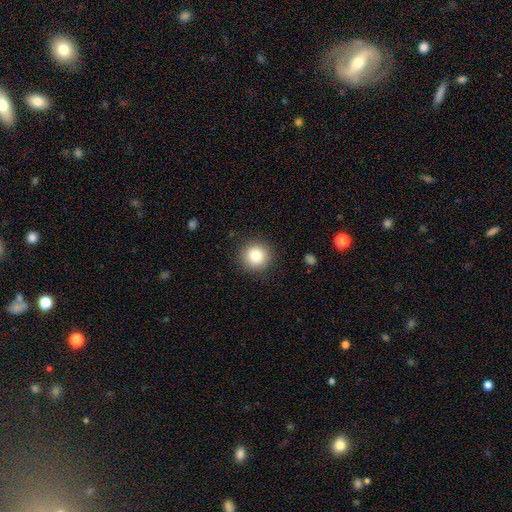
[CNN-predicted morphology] The model was most divided on "smooth or featured": smooth: 84%, star or artifact: 9%, featured or disk: 7%. More confident: how rounded — round (94%); merging — none (90%).